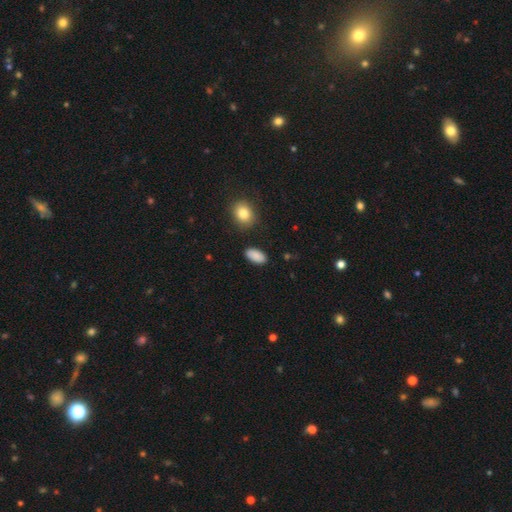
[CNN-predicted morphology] Smooth or featured? smooth (88%)
How rounded? in between (94%)
Merging? none (86%)